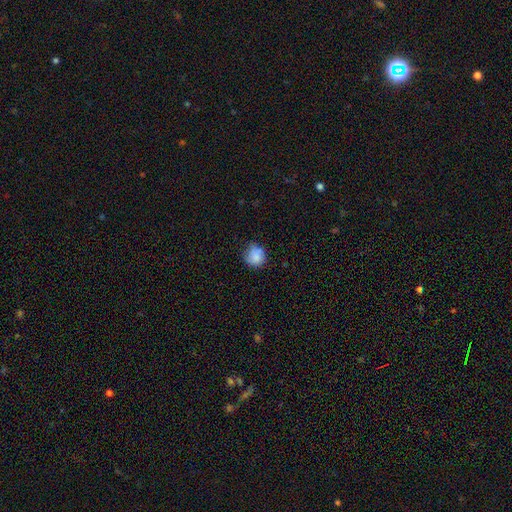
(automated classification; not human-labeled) smooth-or-featured: smooth: 81% | featured or disk: 10% | star or artifact: 9%
  how-rounded: round: 84% | in between: 15% | cigar-shaped: 1%
  merging: none: 58% | minor disturbance: 31% | major disturbance: 8% | merger: 3%